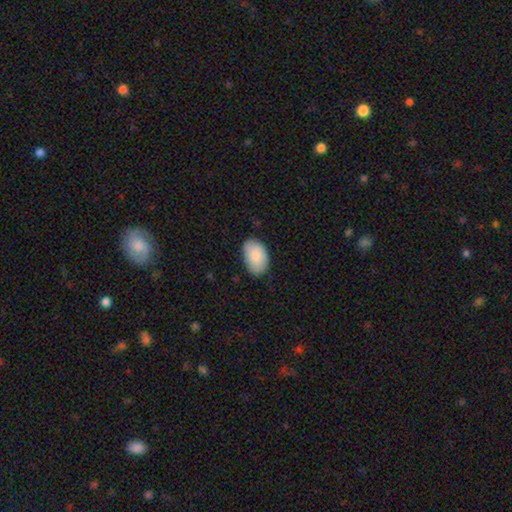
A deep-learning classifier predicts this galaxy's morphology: smooth_or_featured: smooth (p=0.86) [alt: featured or disk p=0.08]
how_rounded: in between (p=0.91) [alt: round p=0.07]
merging: none (p=0.78) [alt: minor disturbance p=0.18]